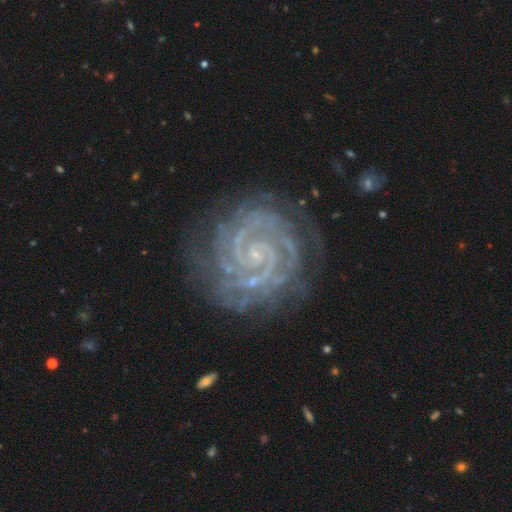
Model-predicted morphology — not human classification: A featured or disk galaxy (91%) with no bar (57%), 2 (47%) tight (85%) spiral arms (99%) and a small central bulge (82%).

Vote fractions:
- Smooth or featured? featured or disk: 91% / star or artifact: 6% / smooth: 3%
- Edge-on disk? no: 98% / yes: 2%
- Bar? no: 57% / weak: 29% / strong: 14%
- Spiral arms? yes: 99% / no: 1%
- Spiral winding? tight: 85% / medium: 13% / loose: 2%
- Spiral arm count? 2: 47% / 3: 16% / can't tell: 12% / 4: 10% / more than 4: 8% / 1: 7%
- Bulge size? small: 82% / none: 8% / moderate: 8% / large: 1% / dominant: 1%
- Merging? none: 80% / minor disturbance: 13% / major disturbance: 5% / merger: 2%